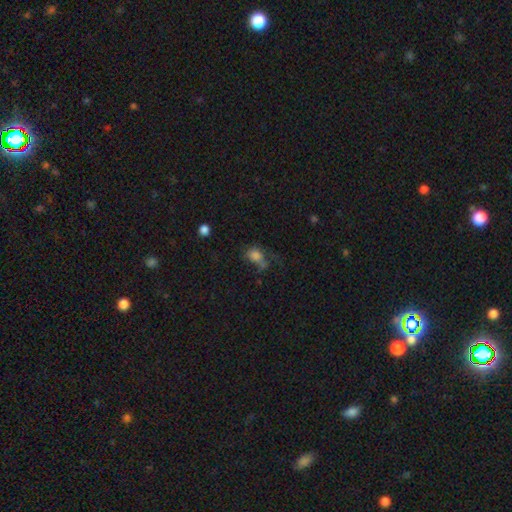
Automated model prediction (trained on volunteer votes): Smooth or featured: smooth — 72% (featured or disk — 14%)
How rounded: in between — 60% (round — 38%)
Merging: major disturbance — 34% (none — 30%)